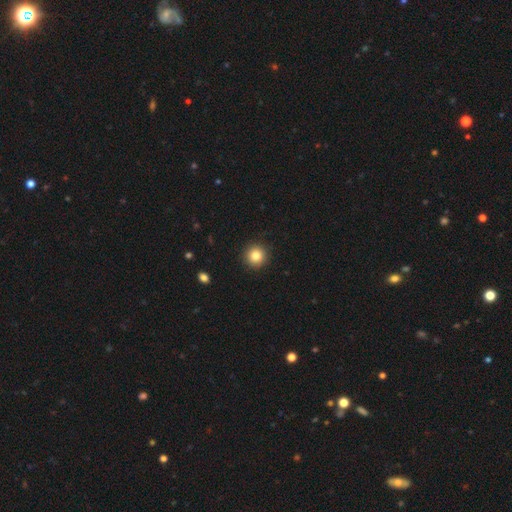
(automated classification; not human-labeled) smooth 83%, star or artifact 10%, featured or disk 6%. Down the decision tree: how rounded — round (95%); merging — none (92%).